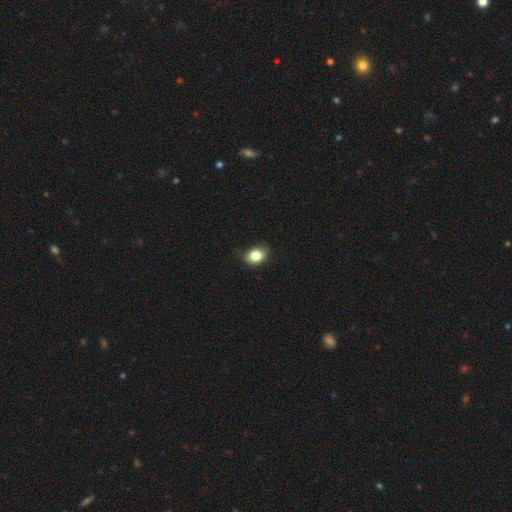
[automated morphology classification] type=smooth (83%); roundness=in between (61%); merging=none (67%).